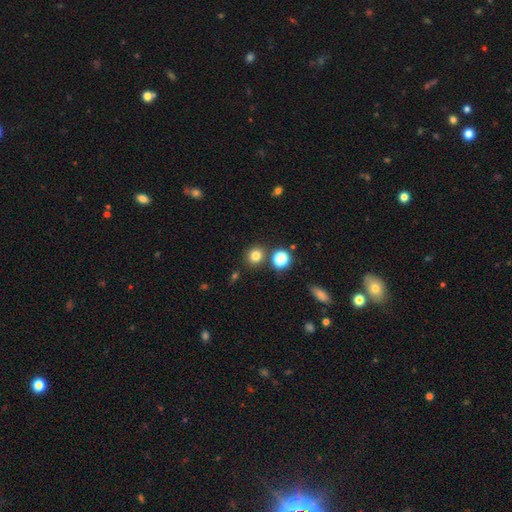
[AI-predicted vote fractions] A smooth galaxy with no disk features (79%) that is round (83%).

Vote fractions:
- Smooth or featured? smooth: 79% / star or artifact: 16% / featured or disk: 6%
- How rounded? round: 83% / in between: 16% / cigar-shaped: 1%
- Merging? none: 82% / merger: 8% / minor disturbance: 8% / major disturbance: 3%